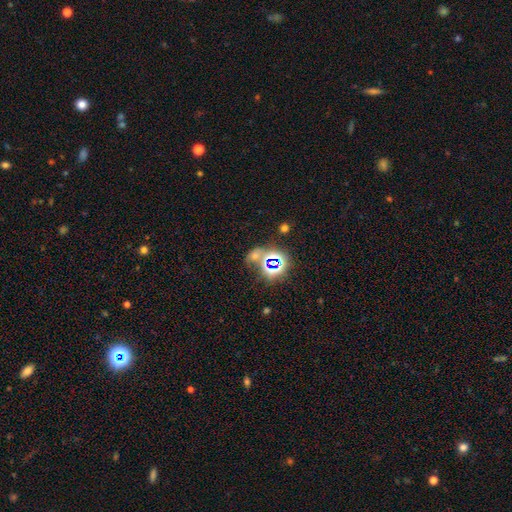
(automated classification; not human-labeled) A star or artifact, not a galaxy (65%).